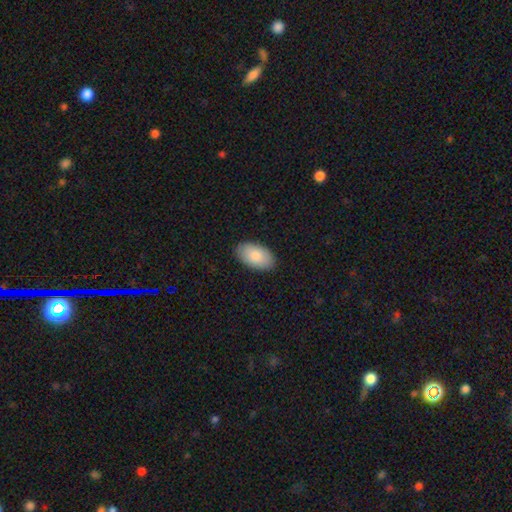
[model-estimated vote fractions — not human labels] smooth-or-featured: smooth: 86% | featured or disk: 9% | star or artifact: 6%
  how-rounded: in between: 95% | round: 3% | cigar-shaped: 1%
  merging: none: 87% | minor disturbance: 10% | major disturbance: 2% | merger: 1%